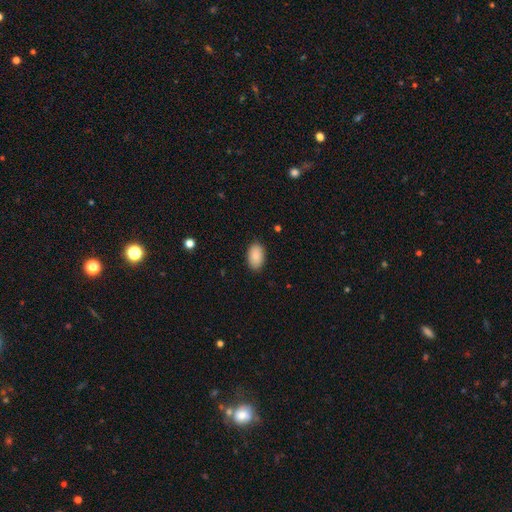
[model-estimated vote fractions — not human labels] A smooth galaxy with no disk features (88%) that is in between round and cigar-shaped (93%).

Vote fractions:
- Smooth or featured? smooth: 88% / star or artifact: 7% / featured or disk: 5%
- How rounded? in between: 93% / round: 6% / cigar-shaped: 1%
- Merging? none: 88% / minor disturbance: 9% / major disturbance: 2% / merger: 1%